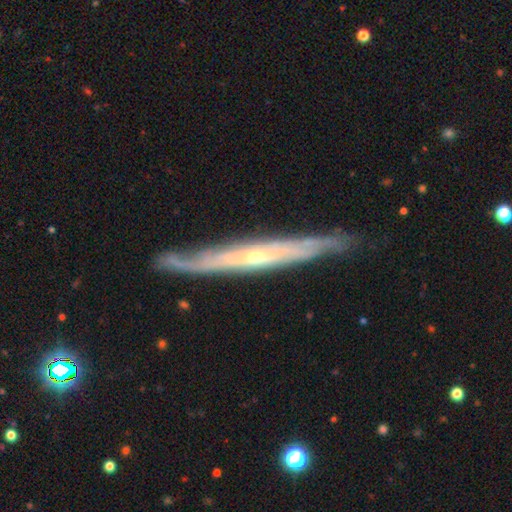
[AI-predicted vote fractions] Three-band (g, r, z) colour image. It shows a featured or disk galaxy (81%) viewed edge-on (78%) with a rounded central bulge (58%). Merging: none (79%).